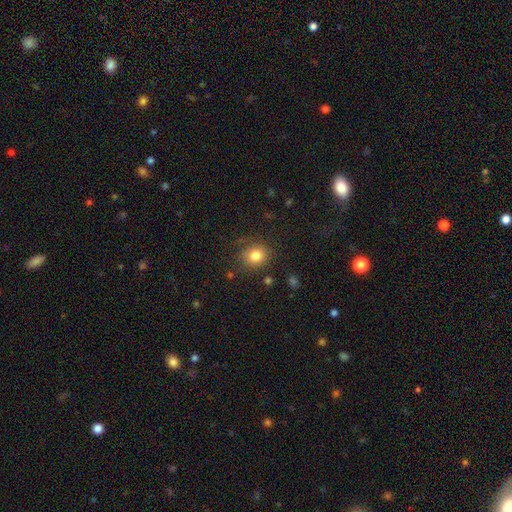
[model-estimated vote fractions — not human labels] Overall: smooth (81%). How rounded: round (79%). Merging: none (77%).